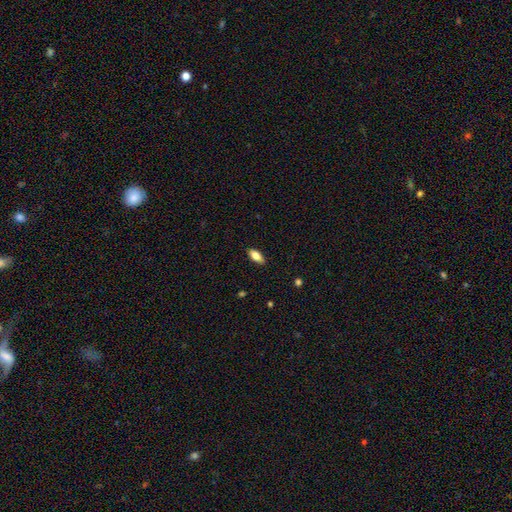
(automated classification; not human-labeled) Smooth or featured? Predicted: smooth (p=0.77). How rounded? Predicted: in between (p=0.81). Merging? Predicted: none (p=0.88).